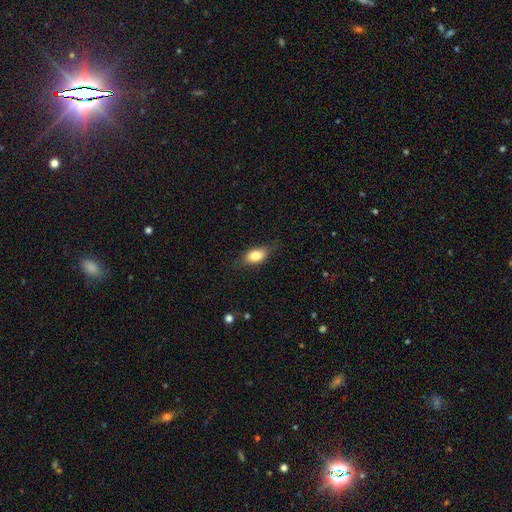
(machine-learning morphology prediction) Smooth or featured? Predicted: smooth (p=0.82). How rounded? Predicted: in between (p=0.87). Merging? Predicted: none (p=0.76).